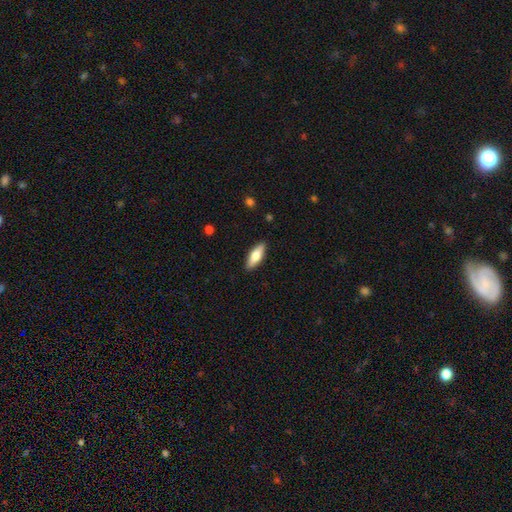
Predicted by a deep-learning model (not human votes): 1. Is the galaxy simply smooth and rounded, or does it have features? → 66% smooth, 28% featured or disk, 6% star or artifact.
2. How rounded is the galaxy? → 59% in between, 39% cigar-shaped, 2% round.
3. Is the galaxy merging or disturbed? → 89% none, 8% minor disturbance, 2% major disturbance, 1% merger.